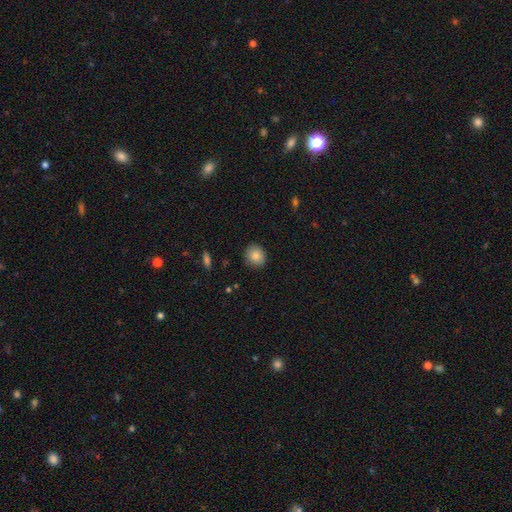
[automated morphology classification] Smooth or featured? smooth (83%)
How rounded? round (78%)
Merging? none (86%)